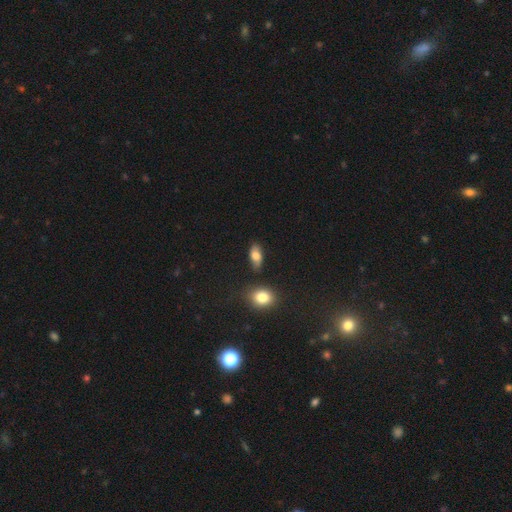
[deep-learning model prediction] The model was most divided on "smooth or featured": smooth: 75%, featured or disk: 16%, star or artifact: 8%. More confident: how rounded — in between (84%); merging — none (80%).